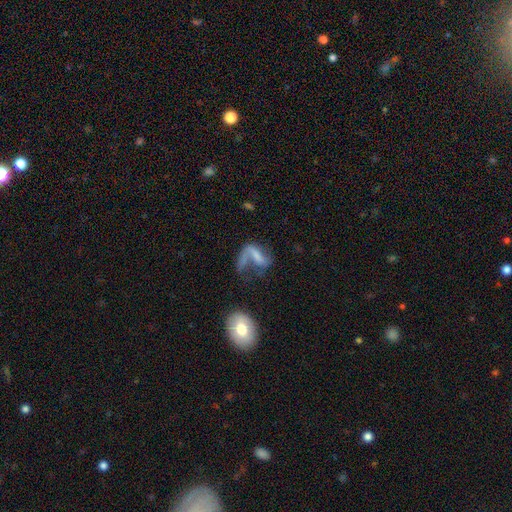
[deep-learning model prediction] This appears to be a featured or disk galaxy (55%) with no bar (36%), spiral arms (65%) and no central bulge (48%). Merging: major disturbance (46%).